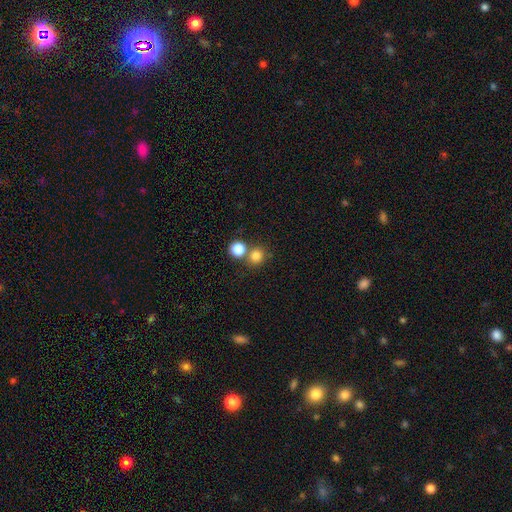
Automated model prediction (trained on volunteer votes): This appears to be a smooth galaxy with no disk features (81%) that is round (88%). Merging: none (58%).